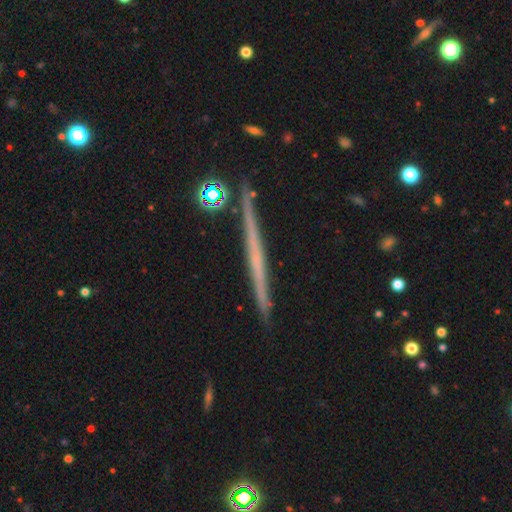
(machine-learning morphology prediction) Smooth or featured: featured or disk — 63% (smooth — 30%)
Edge-on disk: yes — 98% (no — 2%)
Edge-on bulge: none — 89% (rounded — 7%)
Merging: none — 90% (minor disturbance — 6%)